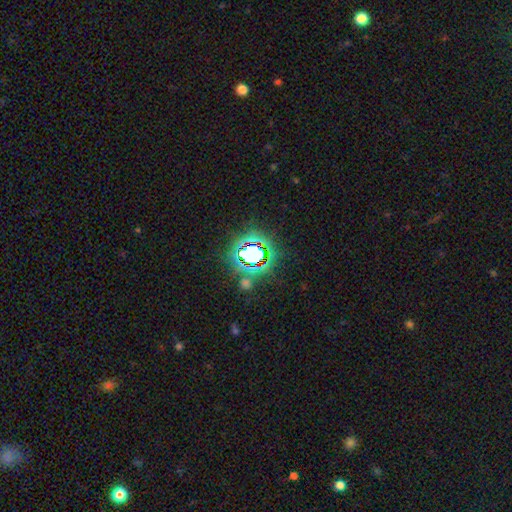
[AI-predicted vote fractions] Morphology: type=star or artifact (70%).